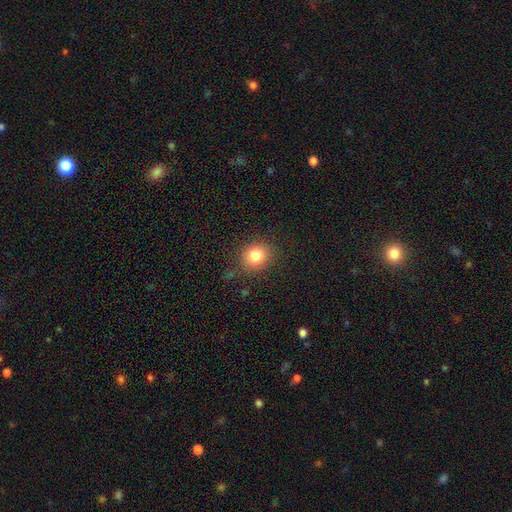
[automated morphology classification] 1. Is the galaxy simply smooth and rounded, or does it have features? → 83% smooth, 11% star or artifact, 7% featured or disk.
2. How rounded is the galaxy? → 72% round, 28% in between, 1% cigar-shaped.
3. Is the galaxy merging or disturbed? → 81% none, 13% minor disturbance, 4% major disturbance, 2% merger.